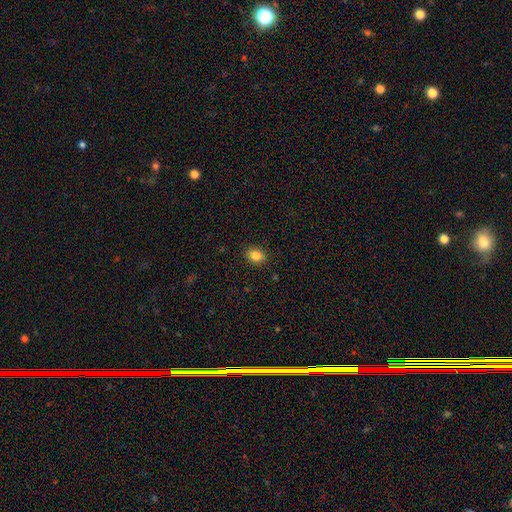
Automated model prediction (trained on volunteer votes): This is clearly a smooth galaxy (84%). How rounded: possibly in between (59%). Merging: clearly none (89%).